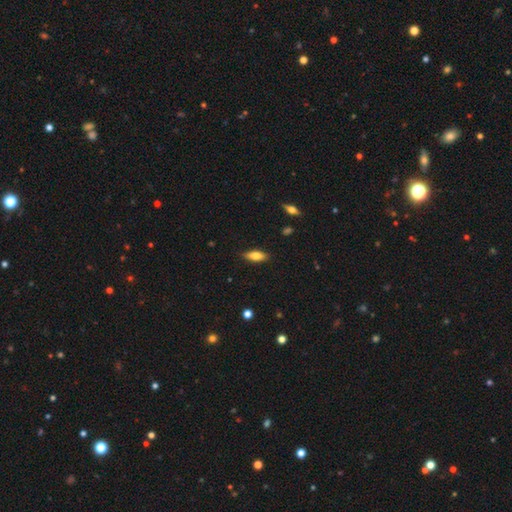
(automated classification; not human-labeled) Smooth or featured? Predicted: smooth (p=0.74). How rounded? Predicted: in between (p=0.69). Merging? Predicted: none (p=0.86).